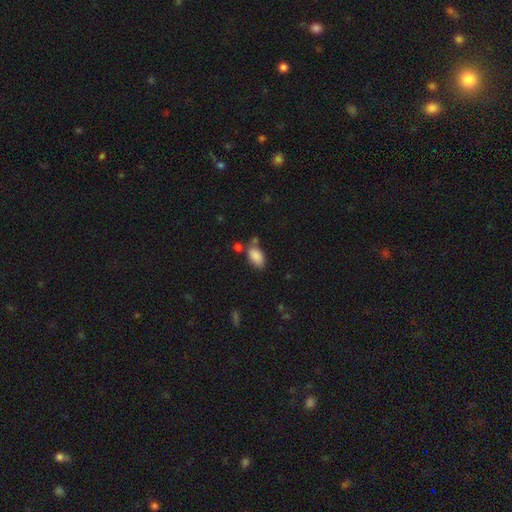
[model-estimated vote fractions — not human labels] Q: Smooth or featured?
A: smooth (87%); runner-up: star or artifact (8%)
Q: How rounded?
A: in between (93%); runner-up: round (5%)
Q: Merging?
A: none (56%); runner-up: minor disturbance (22%)